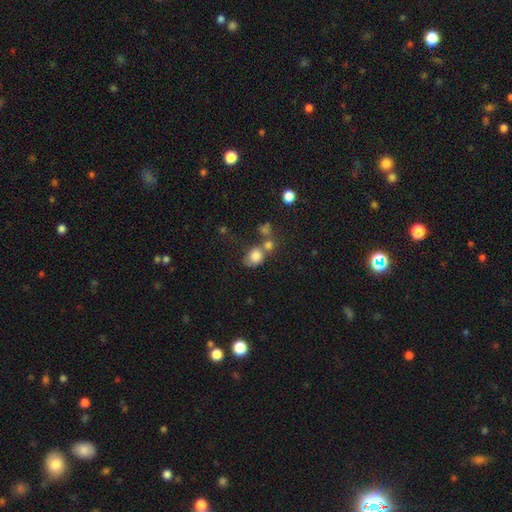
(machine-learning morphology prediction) This is likely a smooth galaxy (79%). How rounded: possibly round (58%). Merging: marginally merger (39%, tied with none).